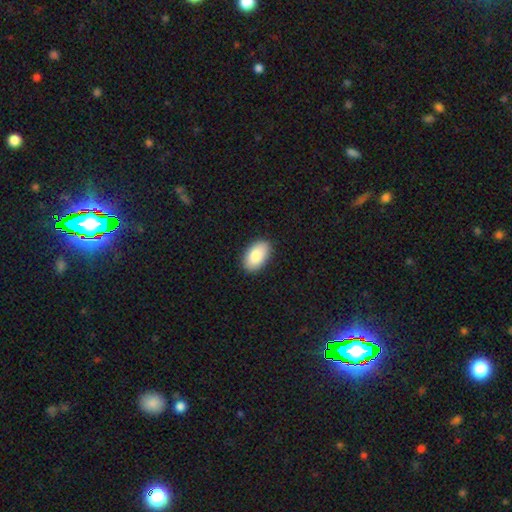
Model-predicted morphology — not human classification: Overall: smooth (86%). How rounded: in between (95%). Merging: none (89%).